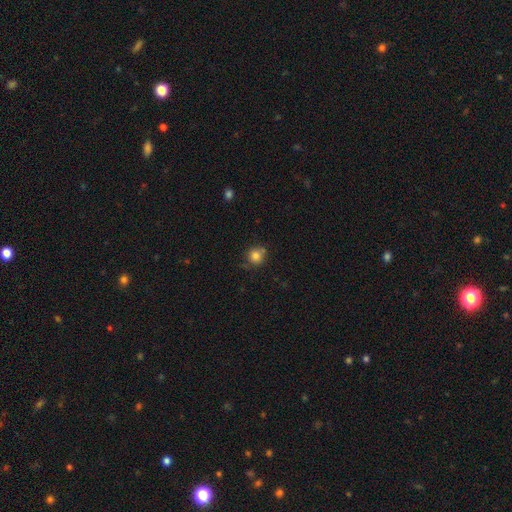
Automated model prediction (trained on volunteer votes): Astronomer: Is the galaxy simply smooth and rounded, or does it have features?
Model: smooth — 82%.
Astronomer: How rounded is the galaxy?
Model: round — 88%.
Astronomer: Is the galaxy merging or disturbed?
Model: none — 73%.